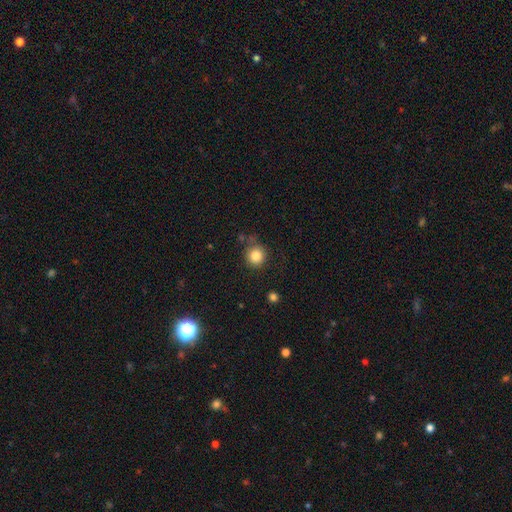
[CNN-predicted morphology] Overall: smooth (84%). How rounded: round (92%). Merging: none (79%).